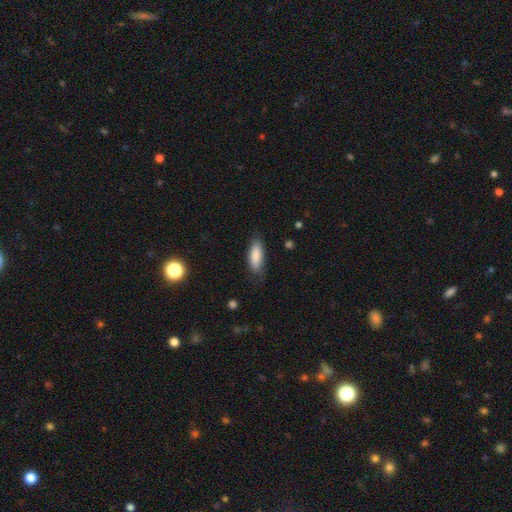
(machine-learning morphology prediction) Smooth or featured: smooth — 86% (featured or disk — 7%)
How rounded: in between — 71% (cigar-shaped — 27%)
Merging: none — 77% (minor disturbance — 17%)